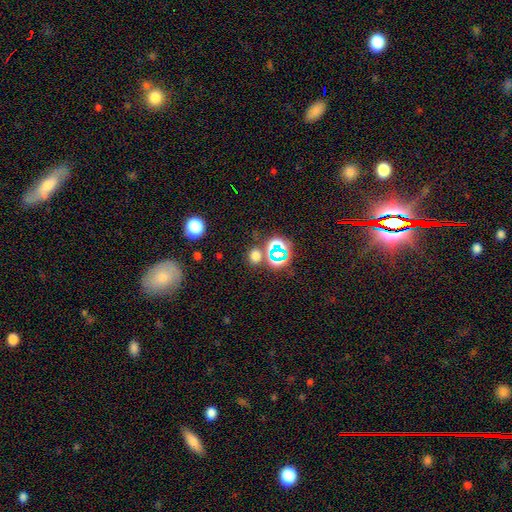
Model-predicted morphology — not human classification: This is possibly a smooth galaxy (59%). How rounded: likely round (70%). Merging: likely none (74%).